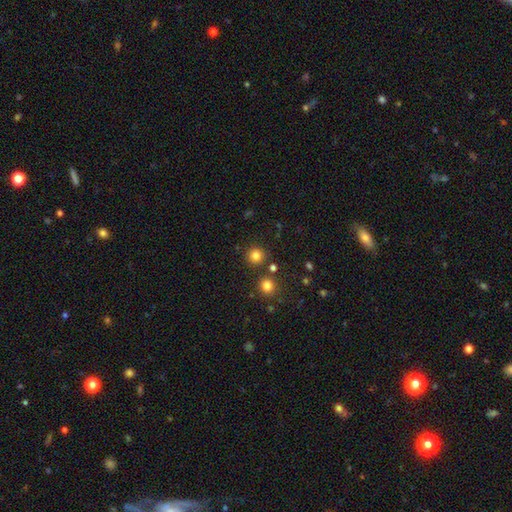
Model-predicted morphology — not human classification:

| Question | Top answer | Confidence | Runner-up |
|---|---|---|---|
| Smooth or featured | smooth | 82% | star or artifact (14%) |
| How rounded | round | 94% | in between (5%) |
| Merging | none | 87% | minor disturbance (6%) |